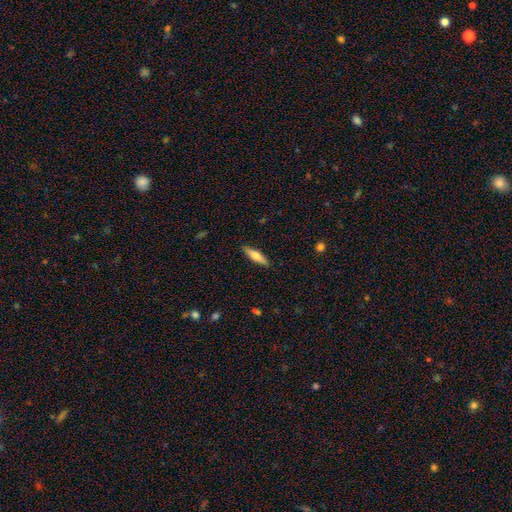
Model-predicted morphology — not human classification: smooth_or_featured: smooth (p=0.57) [alt: featured or disk p=0.37]
how_rounded: cigar-shaped (p=0.69) [alt: in between p=0.29]
merging: none (p=0.89) [alt: minor disturbance p=0.08]